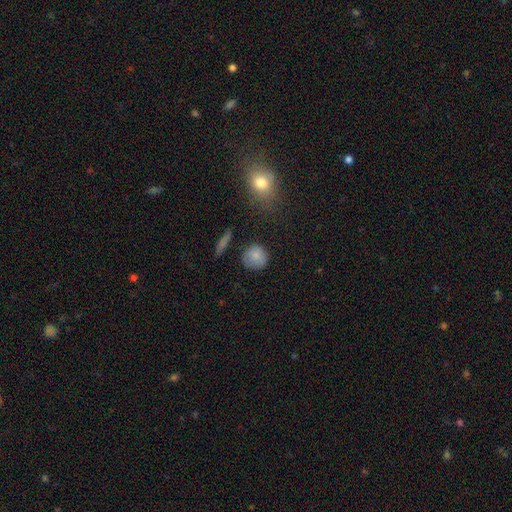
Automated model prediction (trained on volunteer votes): Smooth or featured? smooth (82%)
How rounded? round (90%)
Merging? none (79%)